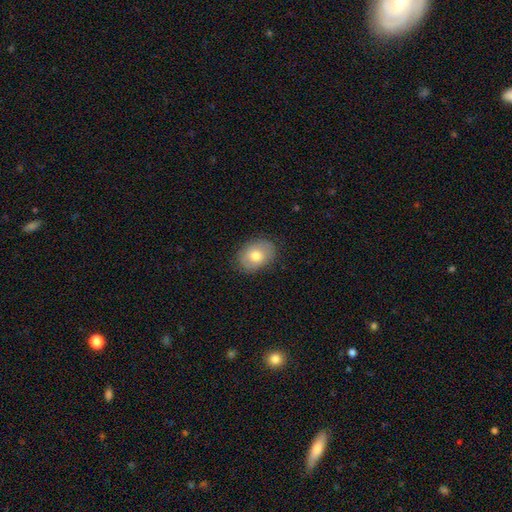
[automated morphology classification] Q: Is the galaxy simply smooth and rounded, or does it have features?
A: smooth — 71%.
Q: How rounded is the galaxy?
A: in between — 69%.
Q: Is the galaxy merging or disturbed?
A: none — 82%.